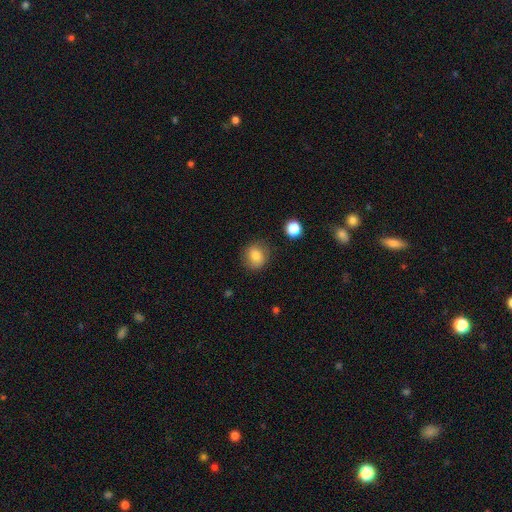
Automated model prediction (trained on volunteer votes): A smooth galaxy with no disk features (82%) that is round (78%).

Vote fractions:
- Smooth or featured? smooth: 82% / star or artifact: 10% / featured or disk: 8%
- How rounded? round: 78% / in between: 21% / cigar-shaped: 1%
- Merging? none: 82% / minor disturbance: 13% / major disturbance: 4% / merger: 2%